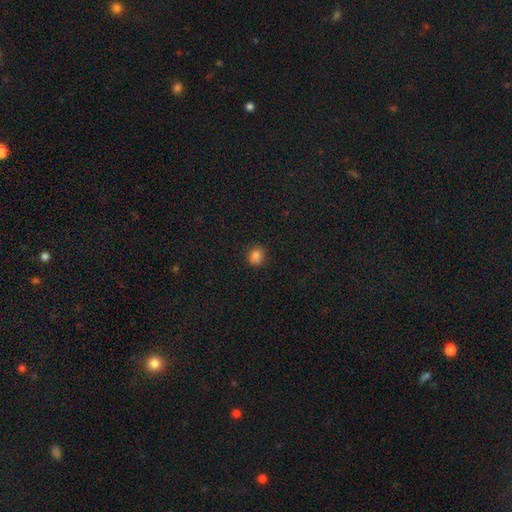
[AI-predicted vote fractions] Smooth or featured: smooth — 80% (star or artifact — 14%)
How rounded: round — 68% (in between — 31%)
Merging: none — 80% (minor disturbance — 14%)